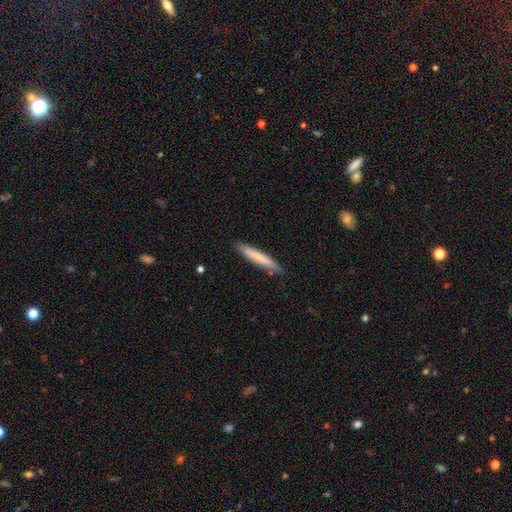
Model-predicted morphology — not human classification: The model was most divided on "smooth or featured": smooth: 72%, featured or disk: 23%, star or artifact: 5%. More confident: how rounded — cigar-shaped (94%); merging — none (88%).